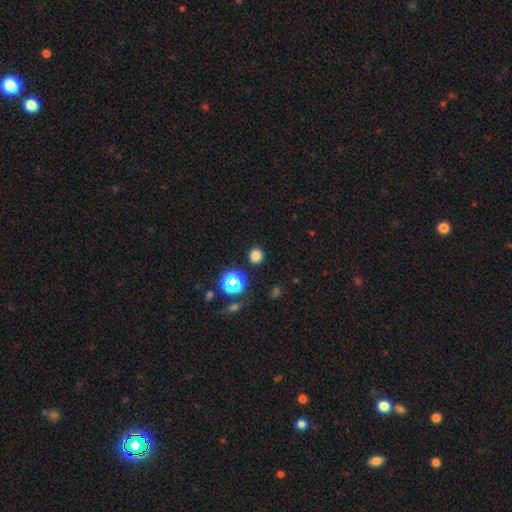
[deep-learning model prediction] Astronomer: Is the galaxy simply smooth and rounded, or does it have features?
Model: smooth — 75%.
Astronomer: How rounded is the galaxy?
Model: round — 92%.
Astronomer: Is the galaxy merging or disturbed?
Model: none — 90%.